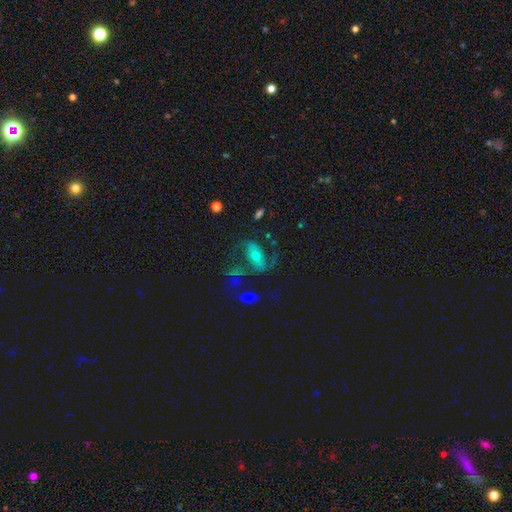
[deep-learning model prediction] smooth_or_featured: featured or disk (p=0.66) [alt: smooth p=0.24]
disk_edge_on: no (p=0.94) [alt: yes p=0.06]
bar: no (p=0.38) [alt: strong p=0.32]
has_spiral_arms: yes (p=0.78) [alt: no p=0.22]
bulge_size: moderate (p=0.53) [alt: small p=0.38]
merging: none (p=0.46) [alt: major disturbance p=0.30]